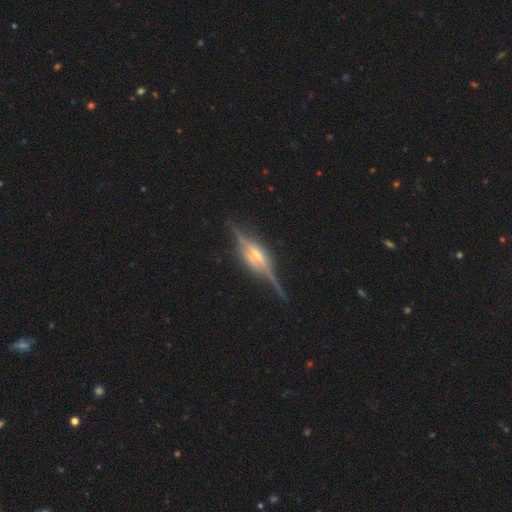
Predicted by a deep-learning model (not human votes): smooth_or_featured: featured or disk (p=0.87) [alt: smooth p=0.07]
disk_edge_on: yes (p=0.97) [alt: no p=0.03]
edge_on_bulge: rounded (p=0.67) [alt: boxy p=0.28]
merging: none (p=0.83) [alt: minor disturbance p=0.12]